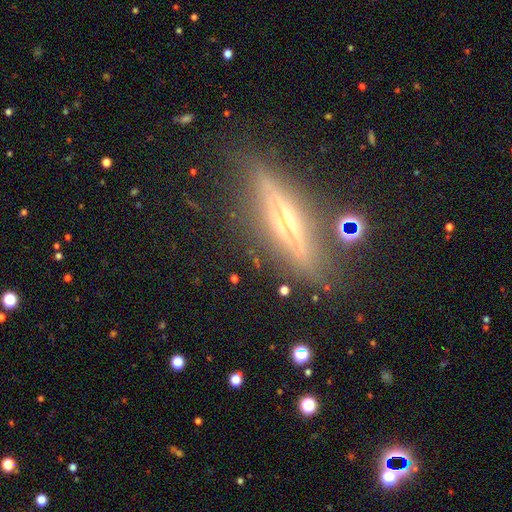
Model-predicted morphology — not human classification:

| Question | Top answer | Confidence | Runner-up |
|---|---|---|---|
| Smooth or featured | featured or disk | 71% | smooth (19%) |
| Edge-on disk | yes | 89% | no (11%) |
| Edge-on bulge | rounded | 81% | none (14%) |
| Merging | none | 76% | minor disturbance (15%) |